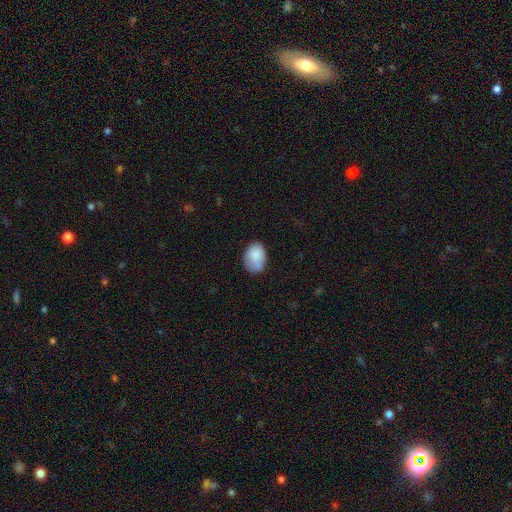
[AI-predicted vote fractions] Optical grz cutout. It shows a smooth galaxy with no disk features (82%) that is in between round and cigar-shaped (78%). Merging: none (58%).